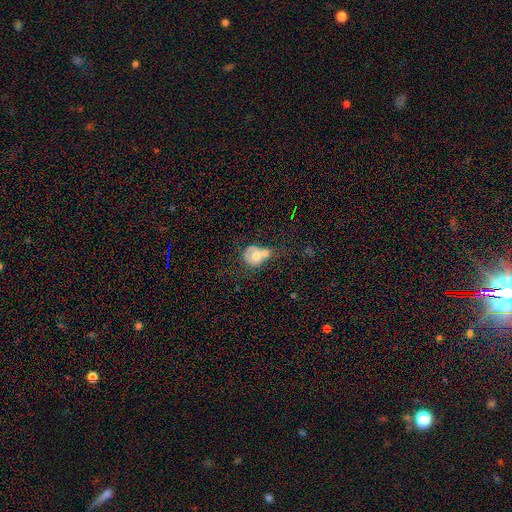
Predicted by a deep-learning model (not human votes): This is possibly a smooth galaxy (59%). How rounded: likely round (65%). Merging: possibly merger (55%).